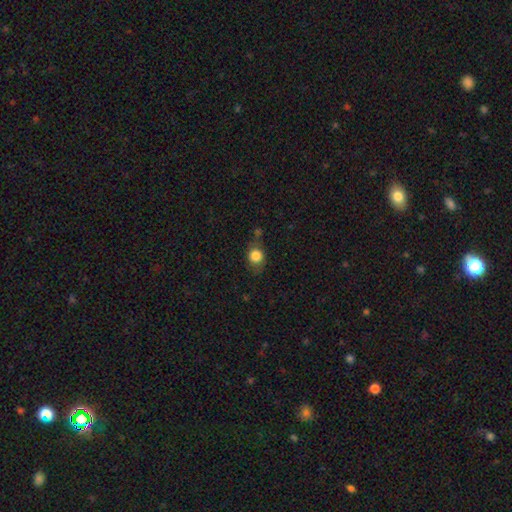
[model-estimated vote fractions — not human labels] smooth 81%, star or artifact 10%, featured or disk 9%. Down the decision tree: how rounded — round (68%); merging — none (62%).